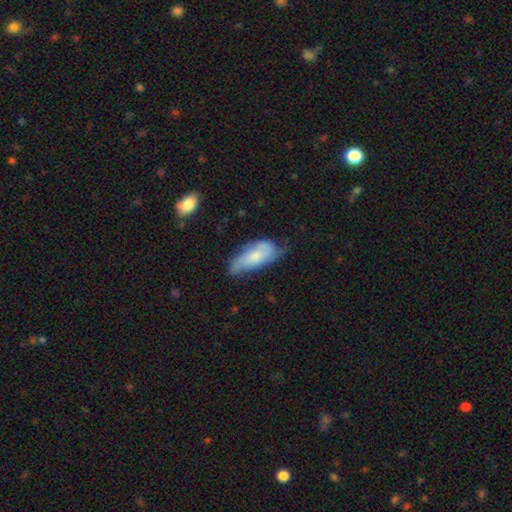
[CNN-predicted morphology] type=smooth (58%); roundness=in between (81%); merging=none (45%).